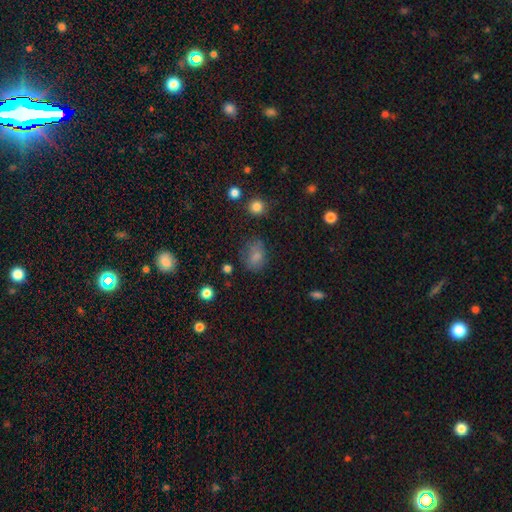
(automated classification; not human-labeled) Smooth or featured? smooth (77%)
How rounded? in between (69%)
Merging? none (62%)